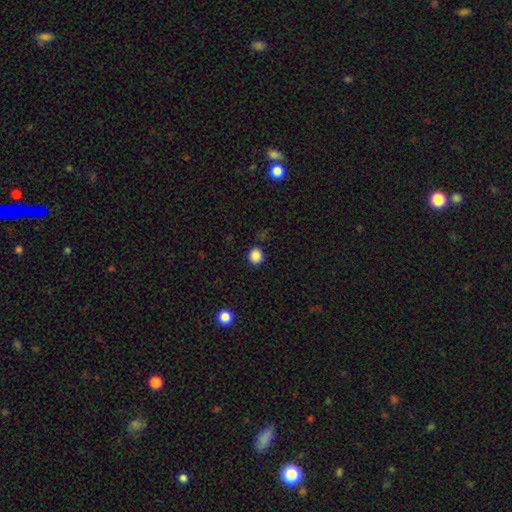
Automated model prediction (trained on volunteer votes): This is clearly a smooth galaxy (86%). How rounded: clearly round (86%). Merging: clearly none (89%).